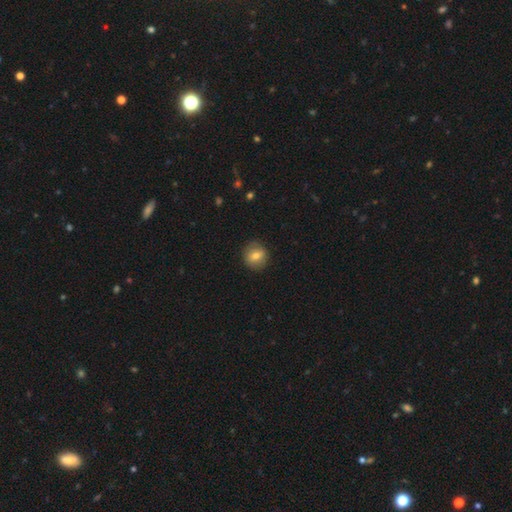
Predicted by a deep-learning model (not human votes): Q: Smooth or featured?
A: smooth (69%); runner-up: featured or disk (22%)
Q: How rounded?
A: round (82%); runner-up: in between (17%)
Q: Merging?
A: none (85%); runner-up: minor disturbance (11%)